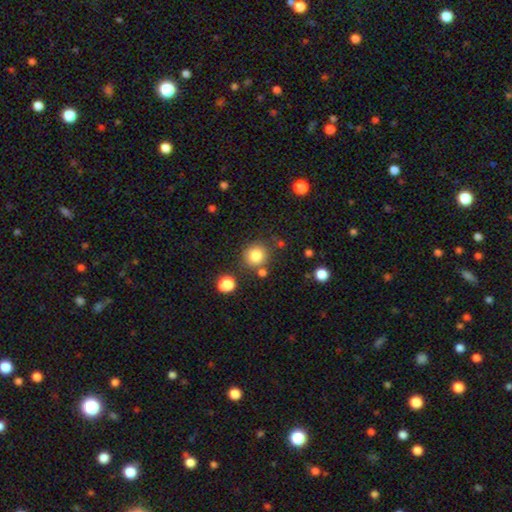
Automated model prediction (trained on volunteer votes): A smooth galaxy with no disk features (82%) that is round (89%).

Vote fractions:
- Smooth or featured? smooth: 82% / star or artifact: 11% / featured or disk: 7%
- How rounded? round: 89% / in between: 10% / cigar-shaped: 1%
- Merging? none: 77% / minor disturbance: 11% / merger: 8% / major disturbance: 4%